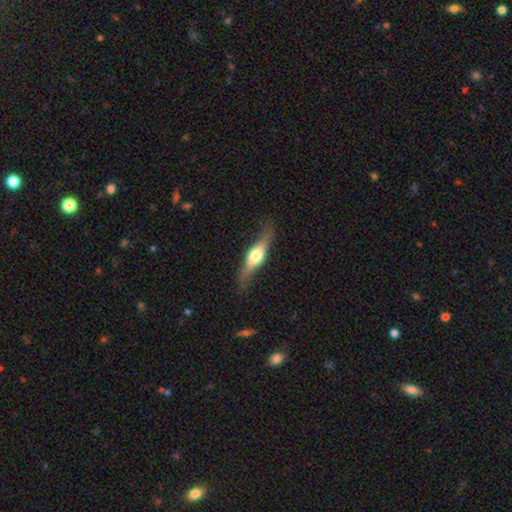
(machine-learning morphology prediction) A featured or disk galaxy (62%) viewed edge-on (88%) with a rounded central bulge (91%). Merging: none (78%).